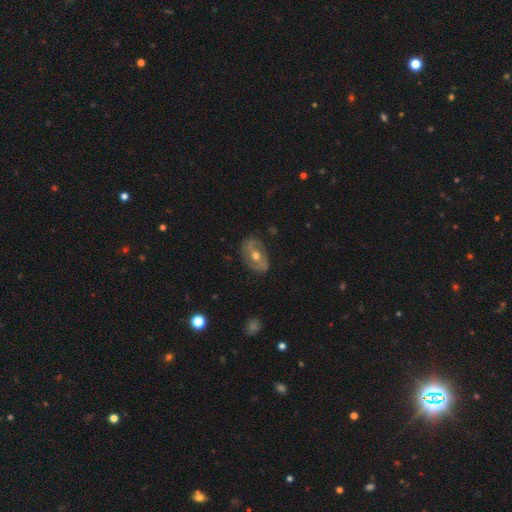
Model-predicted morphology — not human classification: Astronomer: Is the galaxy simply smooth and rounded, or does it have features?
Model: featured or disk — 66%.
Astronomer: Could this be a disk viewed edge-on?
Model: no — 92%.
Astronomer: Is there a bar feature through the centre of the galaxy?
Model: no — 42% (runner-up: weak, 33%).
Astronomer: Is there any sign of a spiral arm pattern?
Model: yes — 61% (runner-up: no, 39%).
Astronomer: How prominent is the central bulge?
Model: moderate — 76%.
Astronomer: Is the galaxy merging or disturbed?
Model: none — 77%.